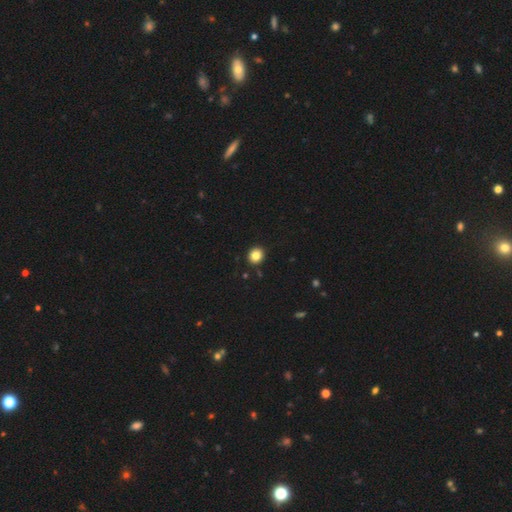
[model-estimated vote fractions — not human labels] The model was most divided on "how rounded": round: 80%, in between: 19%, cigar-shaped: 1%. More confident: merging — none (91%); smooth or featured — smooth (84%).